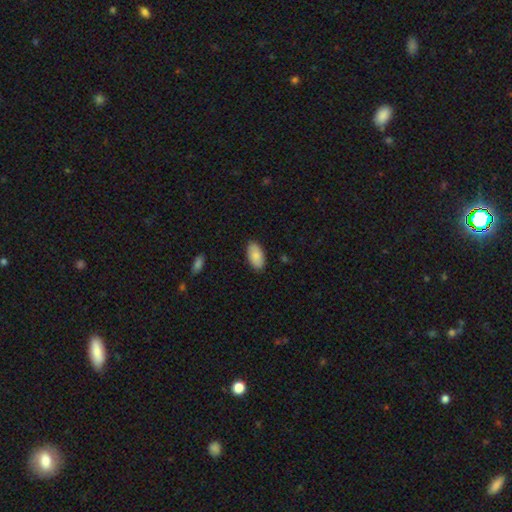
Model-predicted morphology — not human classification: Q: Smooth or featured?
A: smooth (85%); runner-up: featured or disk (9%)
Q: How rounded?
A: in between (95%); runner-up: round (3%)
Q: Merging?
A: none (87%); runner-up: minor disturbance (10%)